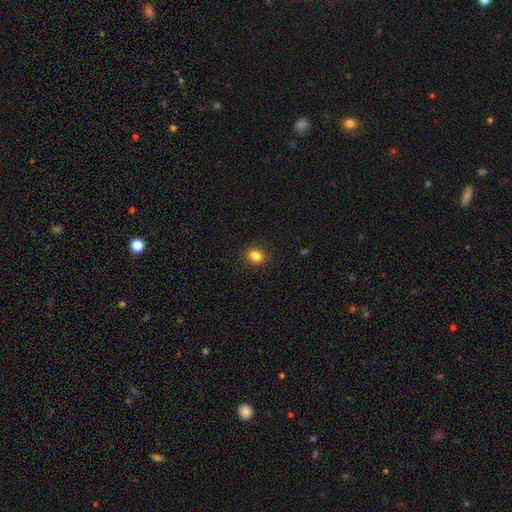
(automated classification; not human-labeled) smooth-or-featured: smooth: 83% | star or artifact: 11% | featured or disk: 5%
  how-rounded: round: 65% | in between: 34% | cigar-shaped: 1%
  merging: none: 90% | minor disturbance: 7% | major disturbance: 2% | merger: 1%